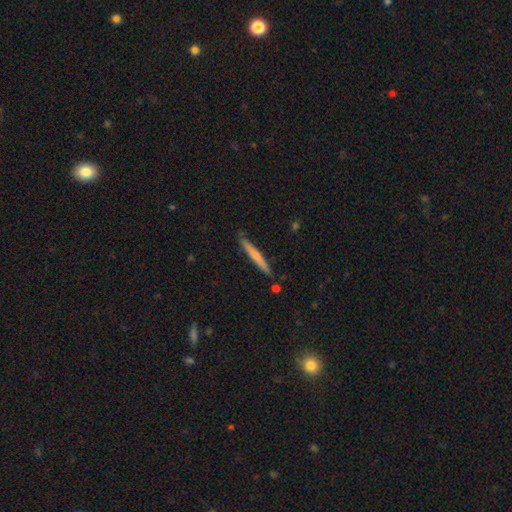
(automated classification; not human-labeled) This is possibly a smooth galaxy (55%). How rounded: clearly cigar-shaped (96%). Merging: clearly none (87%).